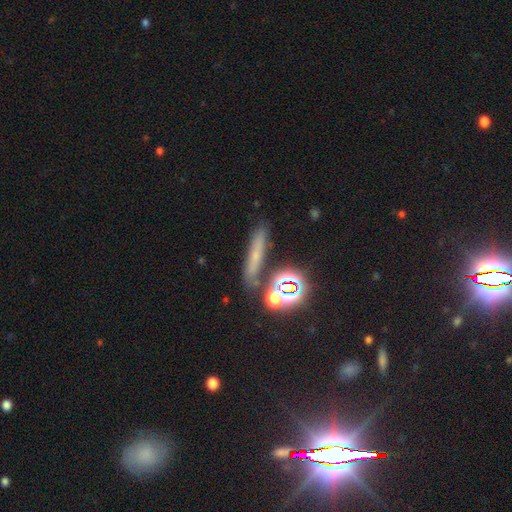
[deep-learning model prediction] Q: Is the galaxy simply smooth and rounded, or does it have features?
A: smooth — 47%.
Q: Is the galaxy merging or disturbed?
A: none — 77%.